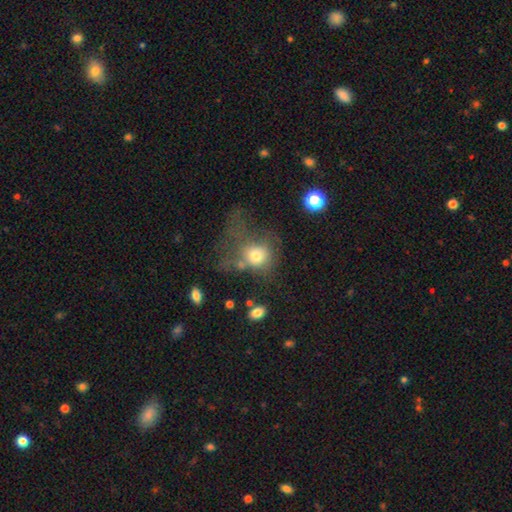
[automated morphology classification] Smooth or featured?
  - smooth: 67% *
  - featured or disk: 20%
  - star or artifact: 13%
How rounded?
  - round: 71% *
  - in between: 28%
  - cigar-shaped: 1%
Merging?
  - major disturbance: 45% *
  - none: 26%
  - minor disturbance: 17%
  - merger: 12%